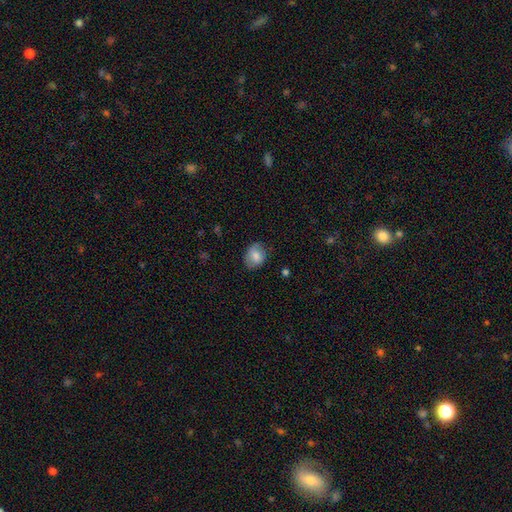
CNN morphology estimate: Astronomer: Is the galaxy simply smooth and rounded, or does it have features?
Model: smooth — 78%.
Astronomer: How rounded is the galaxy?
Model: in between — 56% (runner-up: round, 43%).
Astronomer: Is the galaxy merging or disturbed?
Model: none — 76%.